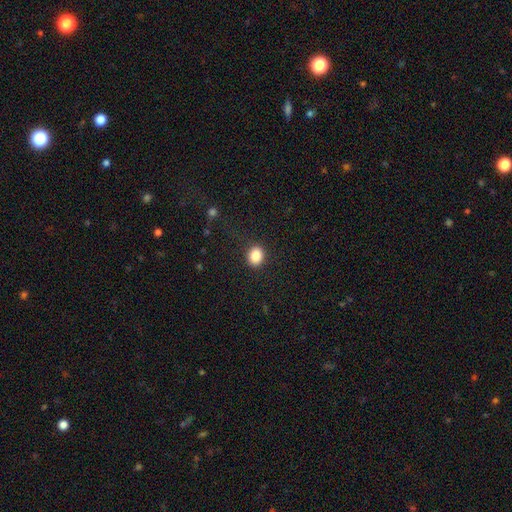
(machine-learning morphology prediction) Overall: smooth (87%). How rounded: round (55%; in between 44%). Merging: none (88%).